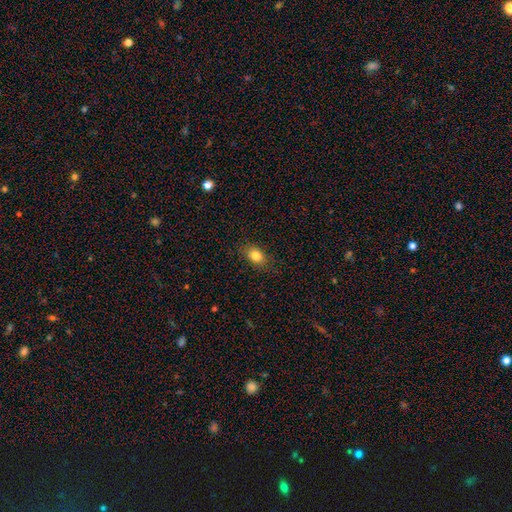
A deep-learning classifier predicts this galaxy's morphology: Q: Smooth or featured?
A: smooth (83%); runner-up: star or artifact (9%)
Q: How rounded?
A: in between (77%); runner-up: round (21%)
Q: Merging?
A: none (84%); runner-up: minor disturbance (12%)